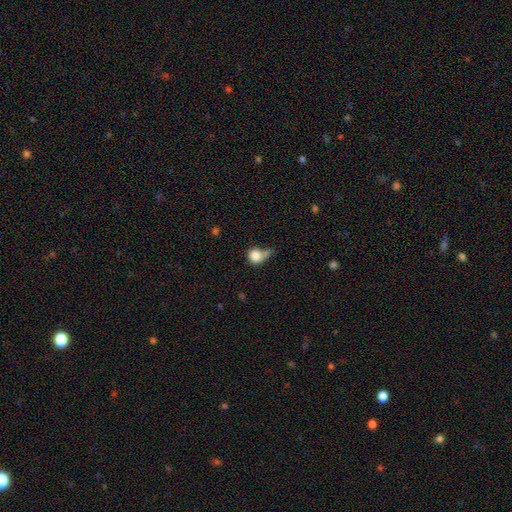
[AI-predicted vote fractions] Smooth or featured: smooth — 79% (featured or disk — 12%)
How rounded: round — 72% (in between — 26%)
Merging: none — 29% (minor disturbance — 27%)